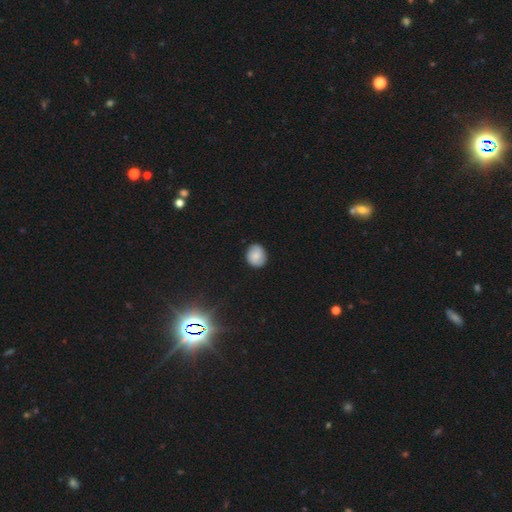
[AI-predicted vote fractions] Q: Smooth or featured?
A: smooth (70%); runner-up: featured or disk (20%)
Q: How rounded?
A: round (72%); runner-up: in between (27%)
Q: Merging?
A: none (85%); runner-up: minor disturbance (12%)